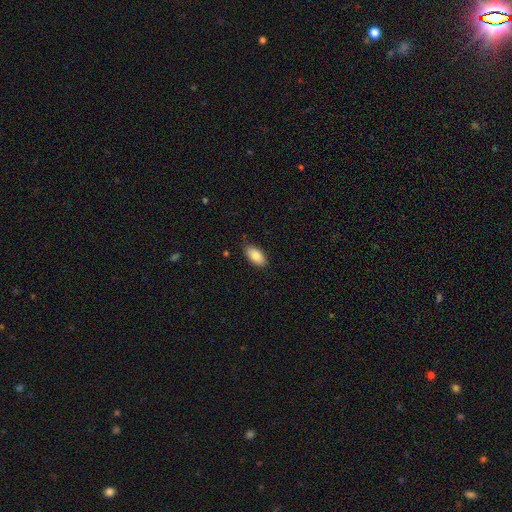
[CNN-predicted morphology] Smooth or featured? smooth (87%)
How rounded? in between (93%)
Merging? none (84%)